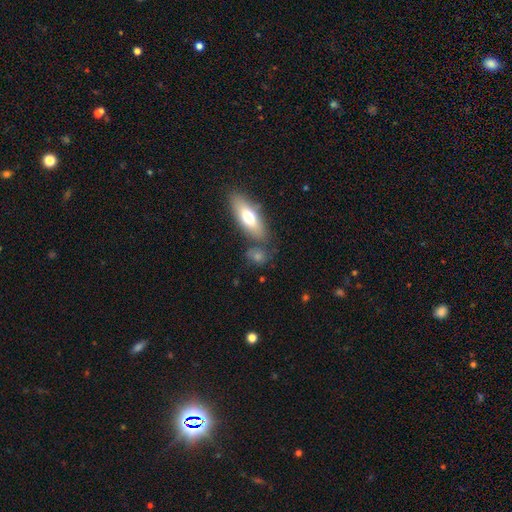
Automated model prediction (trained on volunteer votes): smooth 62%, featured or disk 25%, star or artifact 12%. Down the decision tree: how rounded — in between (50%); merging — none (67%).